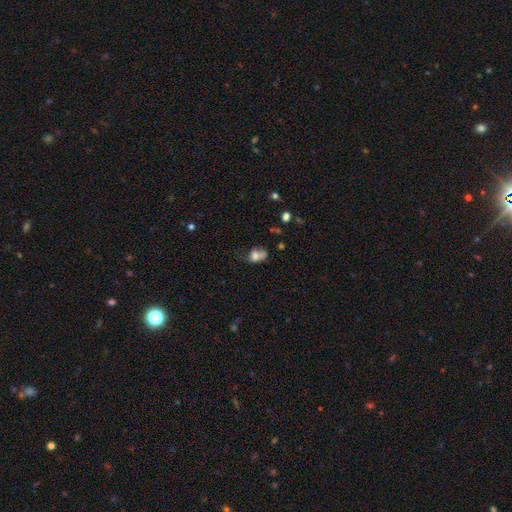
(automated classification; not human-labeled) Smooth or featured?
  - smooth: 66% *
  - featured or disk: 21%
  - star or artifact: 13%
How rounded?
  - in between: 67% *
  - round: 30%
  - cigar-shaped: 3%
Merging?
  - merger: 29% *
  - none: 25%
  - major disturbance: 25%
  - minor disturbance: 22%